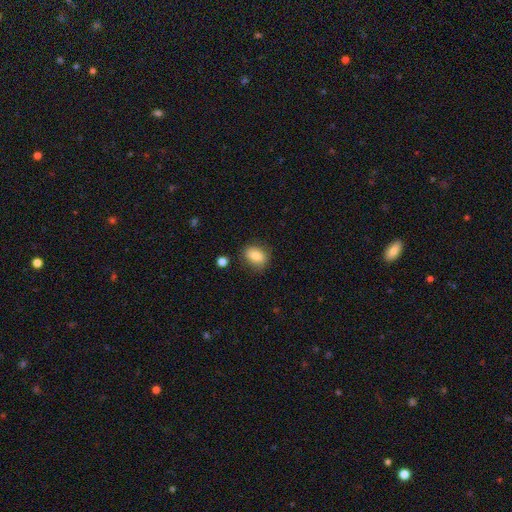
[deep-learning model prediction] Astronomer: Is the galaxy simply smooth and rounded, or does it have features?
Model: smooth — 81%.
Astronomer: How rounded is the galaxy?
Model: in between — 66%.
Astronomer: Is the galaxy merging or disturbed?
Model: none — 77%.